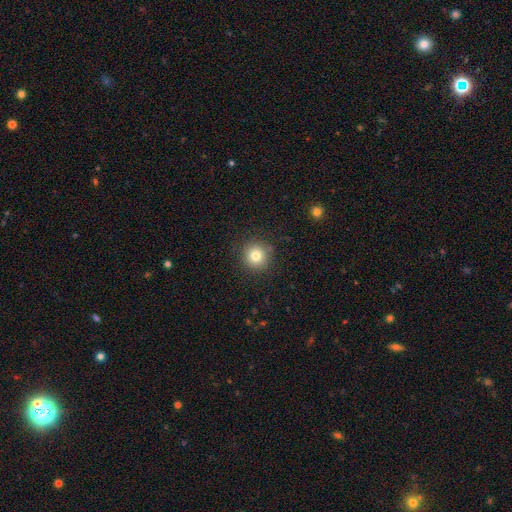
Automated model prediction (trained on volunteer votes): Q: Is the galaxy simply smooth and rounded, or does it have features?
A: smooth — 78%.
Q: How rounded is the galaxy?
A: round — 94%.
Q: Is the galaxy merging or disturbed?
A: none — 89%.